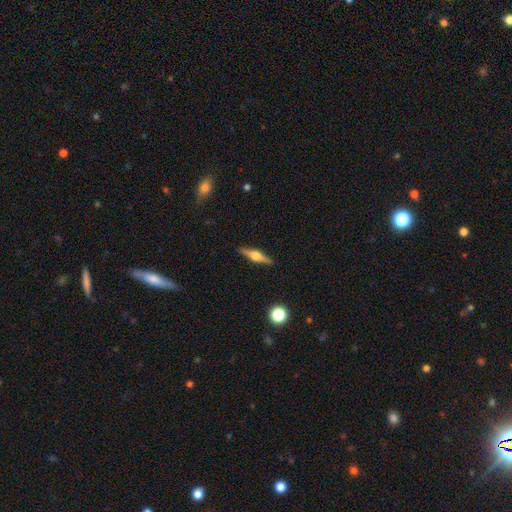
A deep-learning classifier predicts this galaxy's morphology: smooth-or-featured: featured or disk: 74% | smooth: 20% | star or artifact: 6%
  disk-edge-on: yes: 97% | no: 3%
    edge-on-bulge: rounded: 91% | boxy: 7% | none: 2%
  merging: none: 90% | minor disturbance: 7% | major disturbance: 2% | merger: 1%